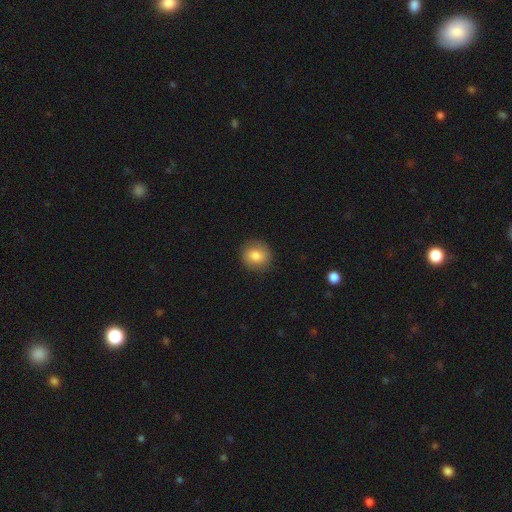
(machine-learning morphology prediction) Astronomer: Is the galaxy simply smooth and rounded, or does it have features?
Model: smooth — 81%.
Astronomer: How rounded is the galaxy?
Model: round — 86%.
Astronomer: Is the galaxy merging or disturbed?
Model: none — 88%.